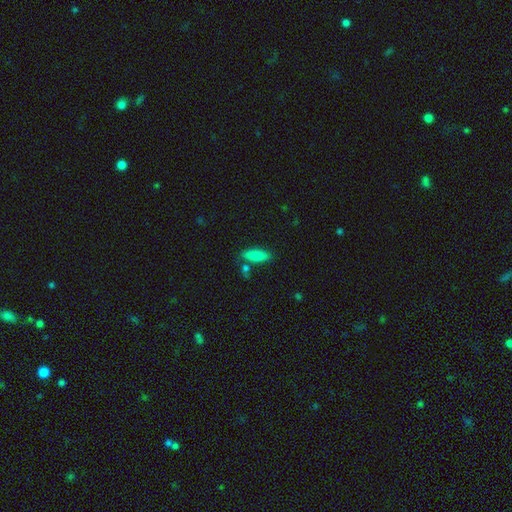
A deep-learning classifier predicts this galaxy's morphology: Smooth or featured?
  - smooth: 85% *
  - featured or disk: 8%
  - star or artifact: 7%
How rounded?
  - in between: 60% *
  - cigar-shaped: 38%
  - round: 2%
Merging?
  - none: 74% *
  - minor disturbance: 13%
  - merger: 10%
  - major disturbance: 3%